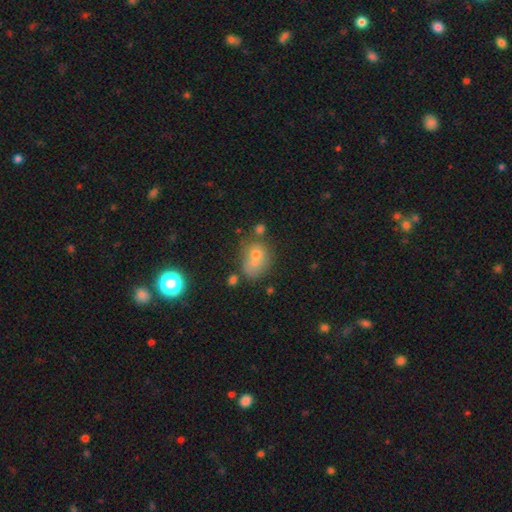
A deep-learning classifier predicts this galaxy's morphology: Smooth or featured? smooth (62%)
How rounded? in between (53%)
Merging? none (43%)